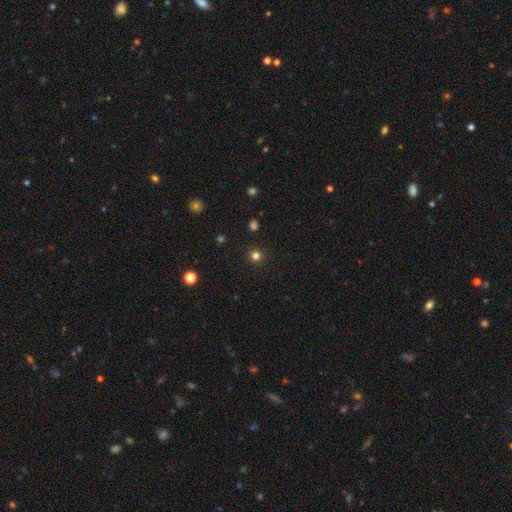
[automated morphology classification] A smooth galaxy with no disk features (80%) that is round (95%).

Vote fractions:
- Smooth or featured? smooth: 80% / star or artifact: 16% / featured or disk: 4%
- How rounded? round: 95% / in between: 4% / cigar-shaped: 1%
- Merging? none: 92% / minor disturbance: 5% / major disturbance: 2% / merger: 1%